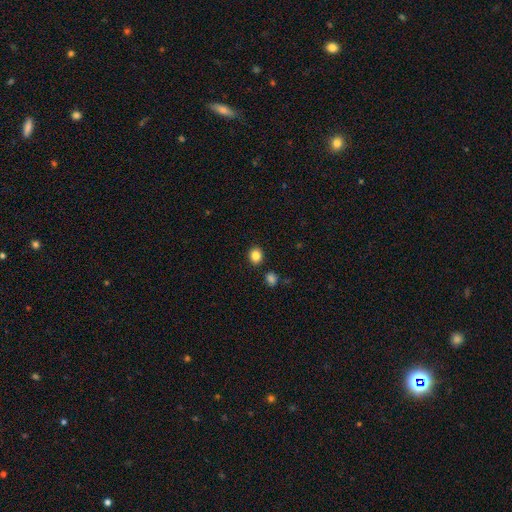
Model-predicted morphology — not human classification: This is clearly a smooth galaxy (86%). How rounded: likely round (65%). Merging: clearly none (88%).